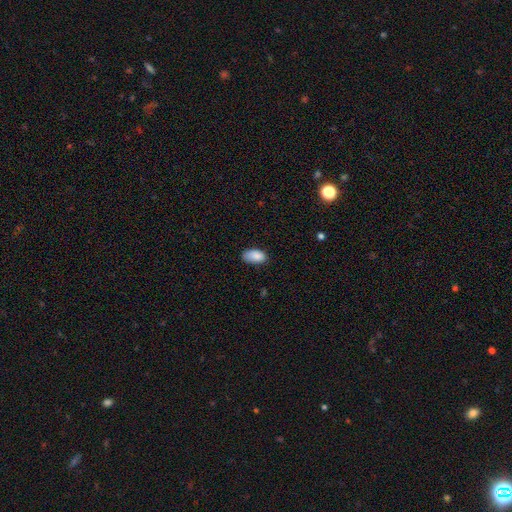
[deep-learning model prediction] The model was most divided on "merging": none: 69%, minor disturbance: 25%, major disturbance: 5%, merger: 1%. More confident: how rounded — in between (94%); smooth or featured — smooth (87%).